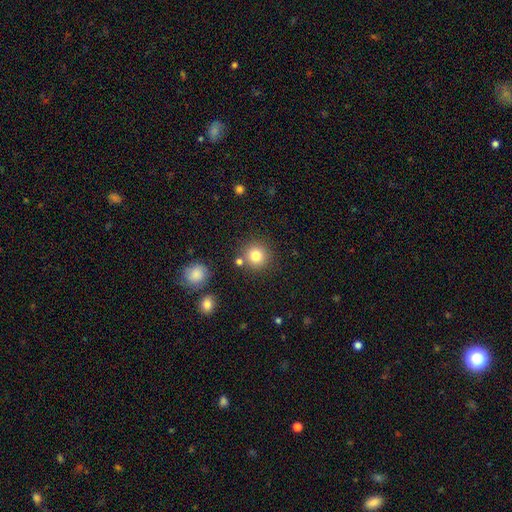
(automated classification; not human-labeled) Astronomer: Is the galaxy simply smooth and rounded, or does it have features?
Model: smooth — 82%.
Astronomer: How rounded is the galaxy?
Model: round — 93%.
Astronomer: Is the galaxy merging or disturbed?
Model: none — 82%.